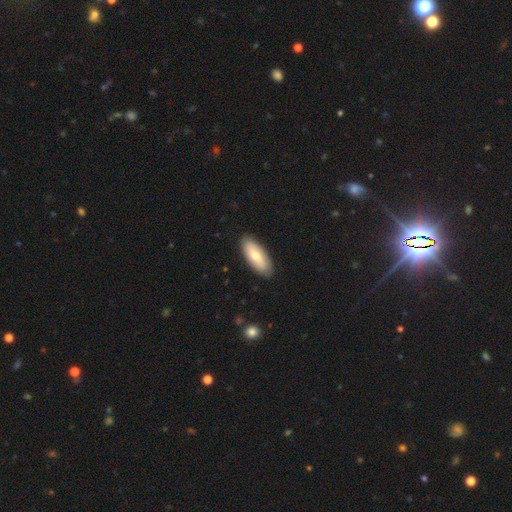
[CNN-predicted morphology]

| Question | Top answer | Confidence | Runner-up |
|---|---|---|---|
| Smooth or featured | smooth | 69% | featured or disk (26%) |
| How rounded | in between | 80% | cigar-shaped (18%) |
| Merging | none | 88% | minor disturbance (9%) |